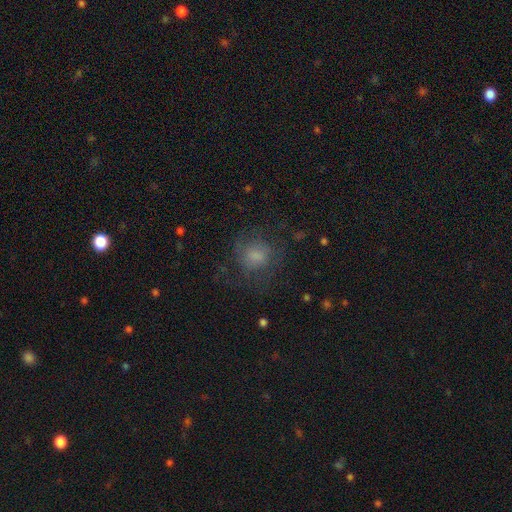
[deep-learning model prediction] smooth 62%, featured or disk 25%, star or artifact 13%. Down the decision tree: how rounded — round (78%); merging — none (62%).